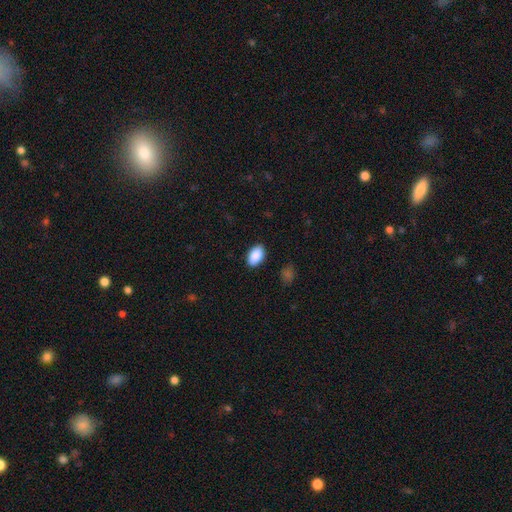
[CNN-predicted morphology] Smooth or featured?
  - smooth: 89% *
  - star or artifact: 7%
  - featured or disk: 4%
How rounded?
  - in between: 93% *
  - round: 6%
  - cigar-shaped: 2%
Merging?
  - none: 88% *
  - minor disturbance: 8%
  - major disturbance: 2%
  - merger: 1%